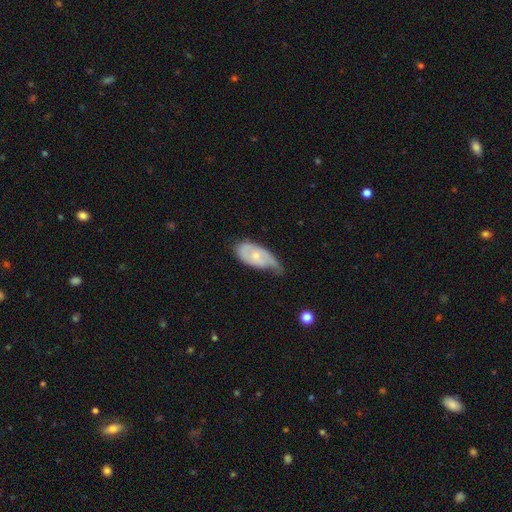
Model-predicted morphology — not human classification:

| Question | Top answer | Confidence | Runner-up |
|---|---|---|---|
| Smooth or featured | featured or disk | 59% | smooth (36%) |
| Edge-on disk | no | 93% | yes (7%) |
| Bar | no | 72% | weak (23%) |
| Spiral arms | yes | 74% | no (26%) |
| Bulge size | small | 60% | moderate (36%) |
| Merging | minor disturbance | 43% | major disturbance (27%) |